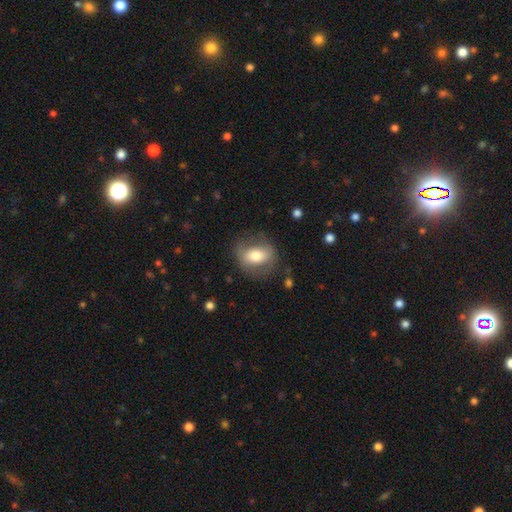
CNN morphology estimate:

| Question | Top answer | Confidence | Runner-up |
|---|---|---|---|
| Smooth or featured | smooth | 58% | featured or disk (34%) |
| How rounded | in between | 57% | round (41%) |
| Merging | none | 71% | minor disturbance (18%) |